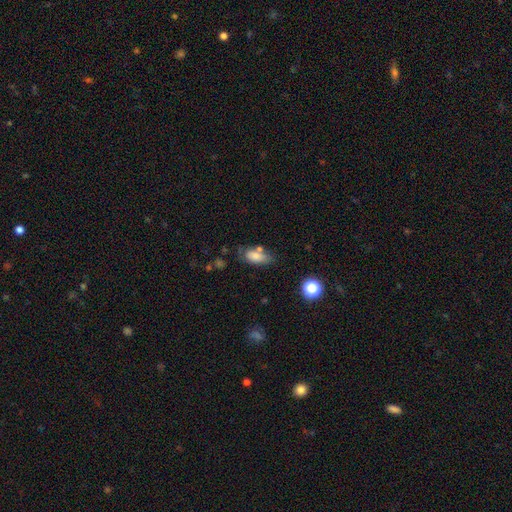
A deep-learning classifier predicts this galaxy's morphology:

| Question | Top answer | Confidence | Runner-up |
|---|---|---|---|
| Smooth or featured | smooth | 79% | featured or disk (12%) |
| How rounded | in between | 85% | cigar-shaped (10%) |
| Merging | none | 53% | minor disturbance (24%) |